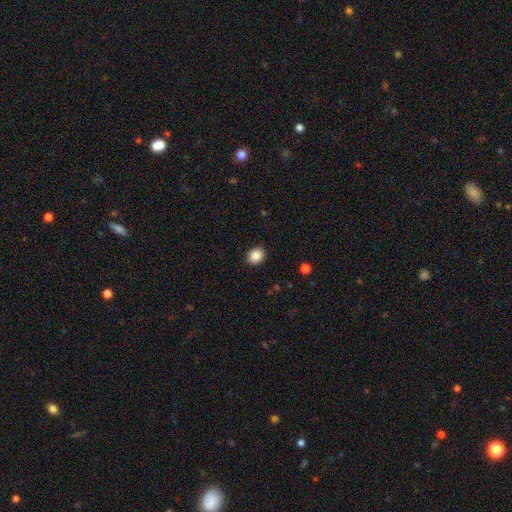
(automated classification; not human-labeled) smooth-or-featured: smooth: 87% | star or artifact: 9% | featured or disk: 4%
  how-rounded: round: 65% | in between: 35% | cigar-shaped: 1%
  merging: none: 89% | minor disturbance: 8% | major disturbance: 2% | merger: 1%